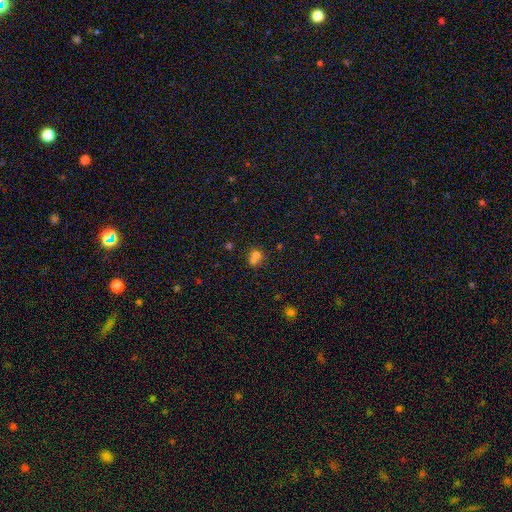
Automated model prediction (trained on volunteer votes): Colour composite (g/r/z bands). It shows a smooth galaxy with no disk features (69%) that is round (74%). Merging: merger (55%).